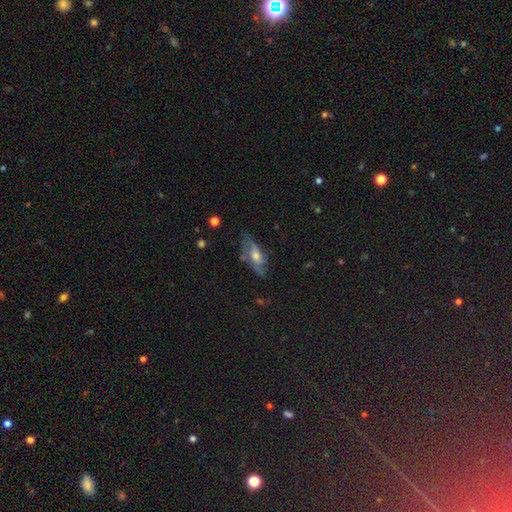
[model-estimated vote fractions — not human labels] A featured or disk galaxy (60%).

Vote fractions:
- Smooth or featured? featured or disk: 60% / smooth: 28% / star or artifact: 12%
- Edge-on disk? no: 71% / yes: 29%
- Merging? none: 64% / minor disturbance: 23% / major disturbance: 11% / merger: 3%